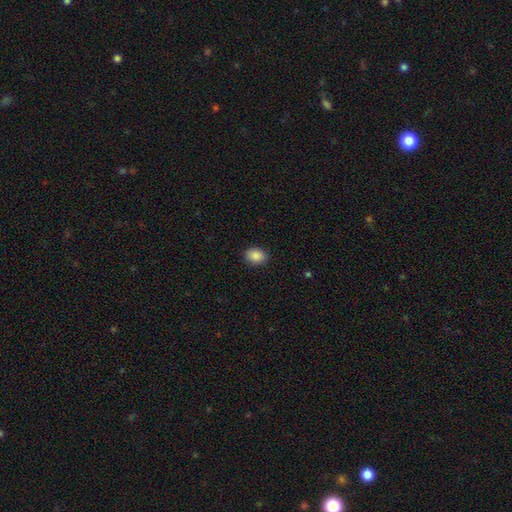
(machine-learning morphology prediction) smooth-or-featured: smooth: 88% | star or artifact: 8% | featured or disk: 3%
  how-rounded: in between: 60% | round: 39% | cigar-shaped: 1%
  merging: none: 89% | minor disturbance: 8% | major disturbance: 2% | merger: 1%